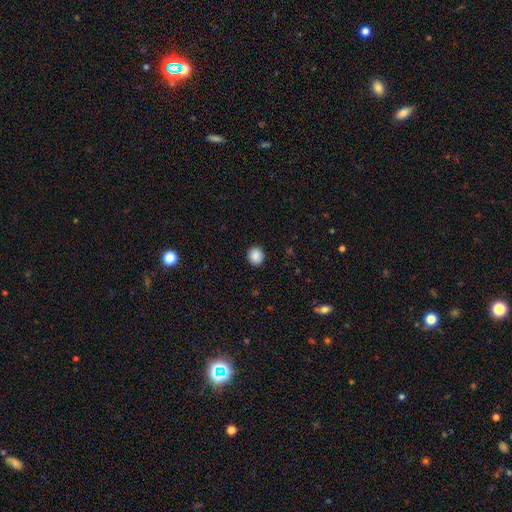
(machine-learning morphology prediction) A smooth galaxy with no disk features (88%) that is round (84%).

Vote fractions:
- Smooth or featured? smooth: 88% / star or artifact: 9% / featured or disk: 3%
- How rounded? round: 84% / in between: 15% / cigar-shaped: 1%
- Merging? none: 92% / minor disturbance: 5% / major disturbance: 2% / merger: 1%